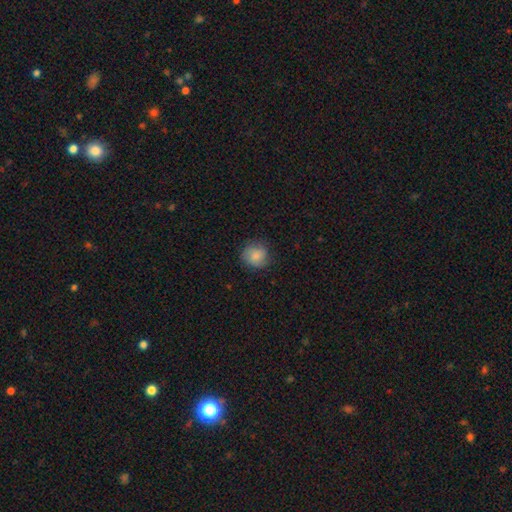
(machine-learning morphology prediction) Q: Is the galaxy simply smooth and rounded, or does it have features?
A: smooth — 84%.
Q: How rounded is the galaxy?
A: round — 90%.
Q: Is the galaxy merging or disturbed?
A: none — 81%.